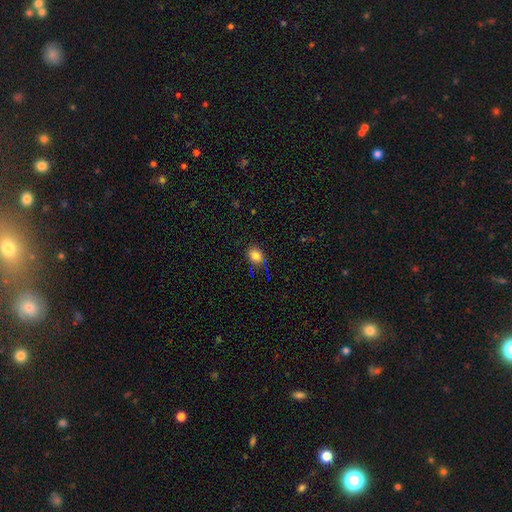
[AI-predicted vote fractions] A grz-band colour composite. It shows a smooth galaxy with no disk features (81%) that is round (59%). Merging: none (80%).